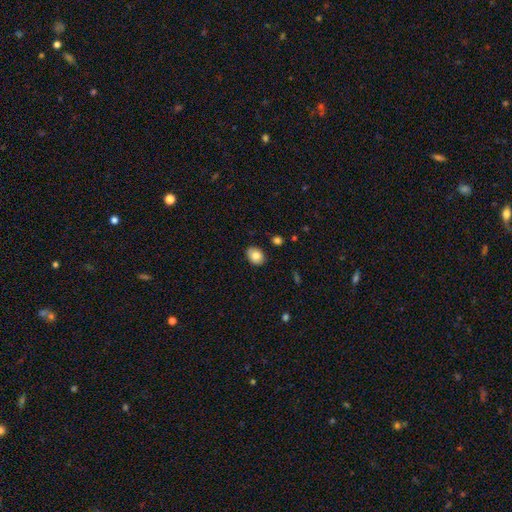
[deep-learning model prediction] Smooth or featured? smooth (80%)
How rounded? in between (65%)
Merging? none (86%)